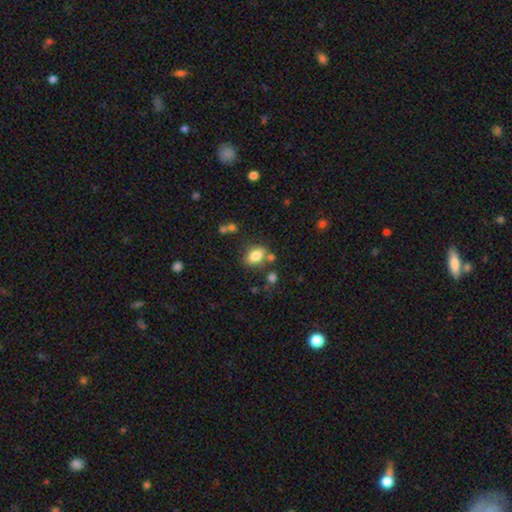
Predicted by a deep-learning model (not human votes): This appears to be a smooth galaxy with no disk features (81%) that is in between round and cigar-shaped (82%). Merging: none (70%).